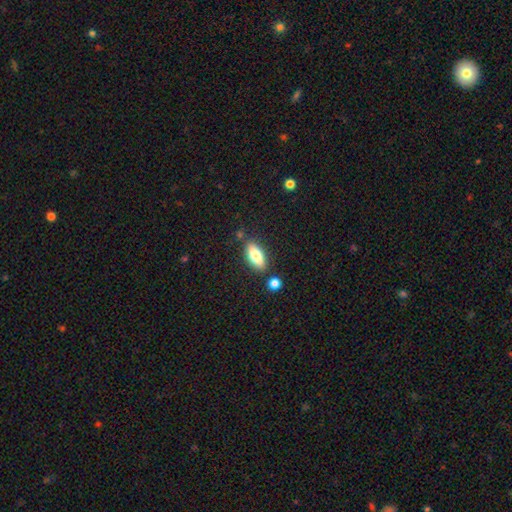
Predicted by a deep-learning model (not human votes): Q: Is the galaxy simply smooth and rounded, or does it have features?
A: smooth — 75%.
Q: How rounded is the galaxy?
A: in between — 81%.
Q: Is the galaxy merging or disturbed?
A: none — 80%.